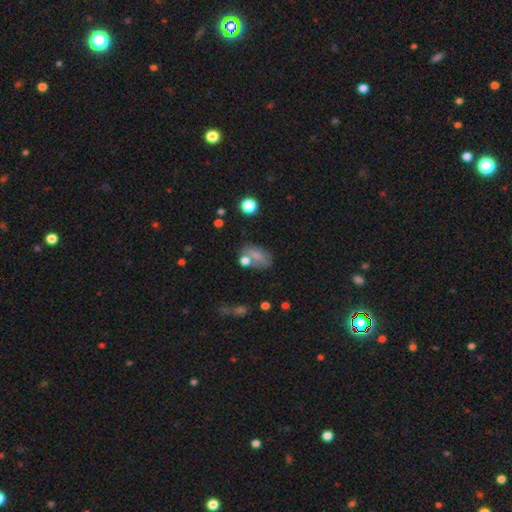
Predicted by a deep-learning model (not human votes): Morphology: type=smooth (67%); roundness=in between (83%); merging=none (51%).